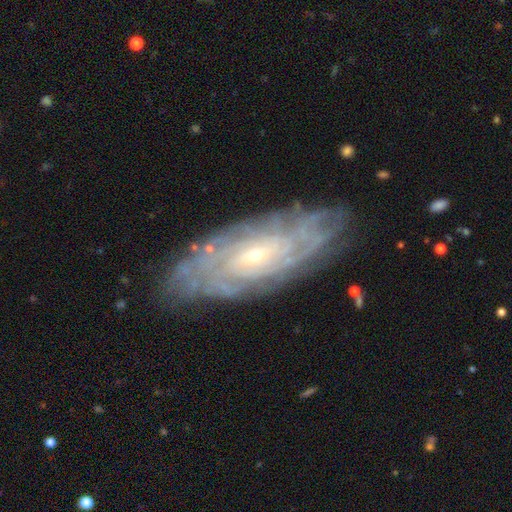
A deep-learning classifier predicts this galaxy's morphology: A featured or disk galaxy (82%) with no bar (67%), tight (81%) spiral arms (92%) and a small central bulge (76%). Merging: none (82%).